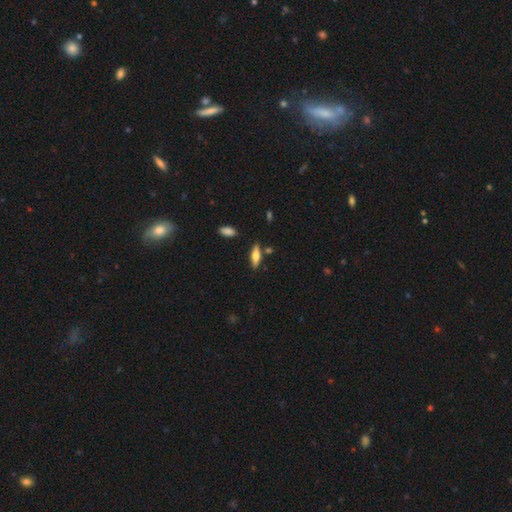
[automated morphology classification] Smooth or featured? smooth (54%)
How rounded? in between (51%)
Merging? none (81%)